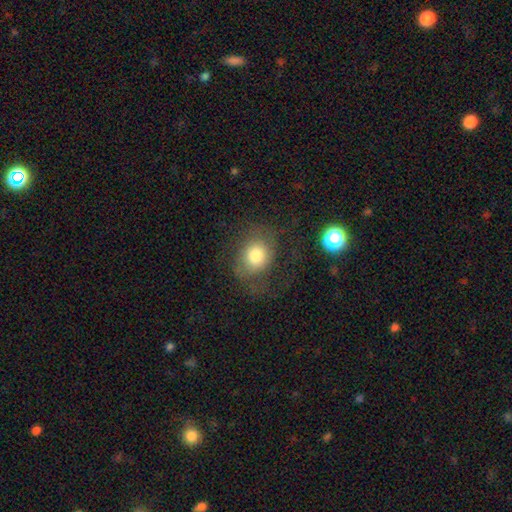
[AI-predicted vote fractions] Overall: smooth (73%). How rounded: round (56%; in between 43%). Merging: none (52%; major disturbance 25%).